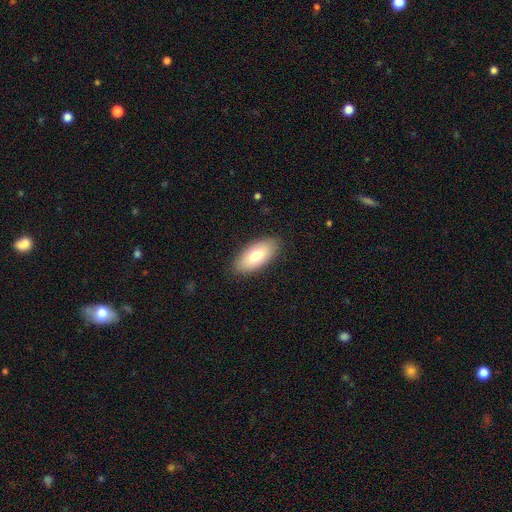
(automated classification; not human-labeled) Smooth or featured?
  - smooth: 75% *
  - featured or disk: 19%
  - star or artifact: 6%
How rounded?
  - in between: 91% *
  - cigar-shaped: 7%
  - round: 2%
Merging?
  - none: 87% *
  - minor disturbance: 10%
  - major disturbance: 2%
  - merger: 1%